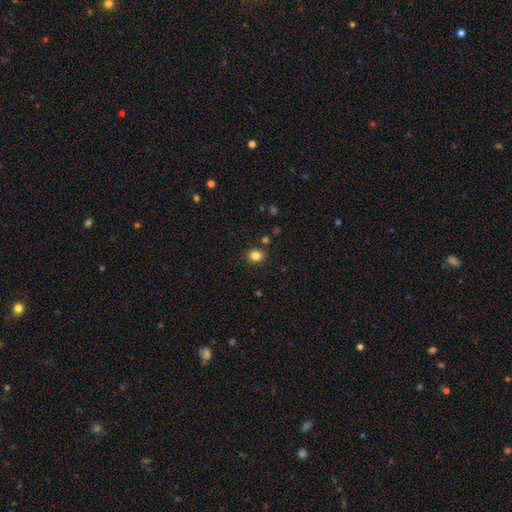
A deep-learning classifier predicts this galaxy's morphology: Smooth or featured?
  - smooth: 83% *
  - star or artifact: 12%
  - featured or disk: 5%
How rounded?
  - round: 59% *
  - in between: 40%
  - cigar-shaped: 1%
Merging?
  - none: 86% *
  - minor disturbance: 9%
  - merger: 3%
  - major disturbance: 2%